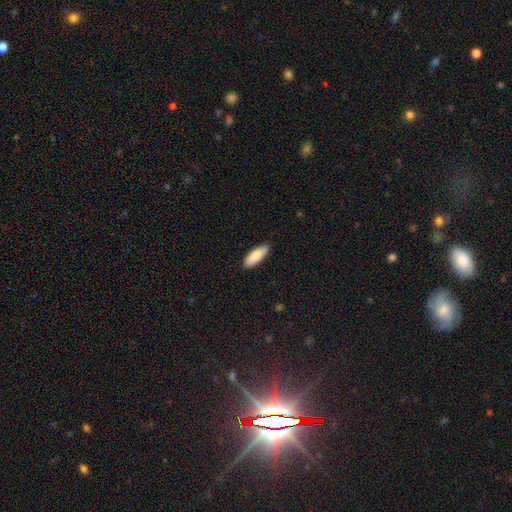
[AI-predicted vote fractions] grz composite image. It shows a smooth galaxy with no disk features (87%) that is in between round and cigar-shaped (70%). Merging: none (88%).